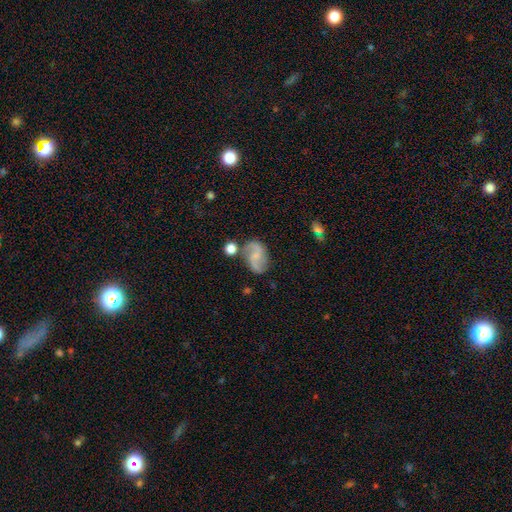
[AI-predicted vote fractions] This appears to be a featured or disk galaxy (73%) with no bar (49%), 2 (91%) loose (59%) spiral arms (93%) and a small central bulge (58%). Merging: none (68%).